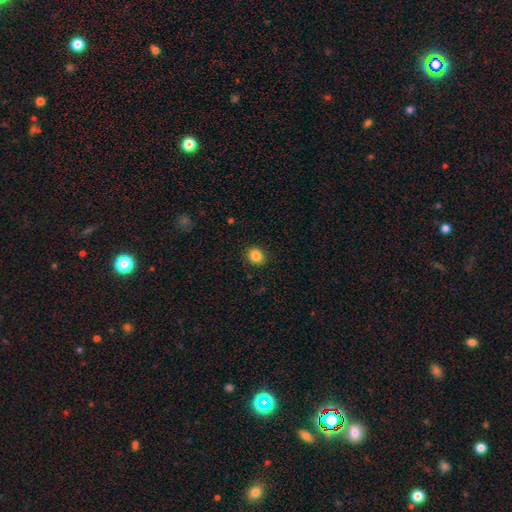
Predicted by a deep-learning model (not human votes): This appears to be a smooth galaxy with no disk features (85%) that is round (74%). Merging: none (90%).